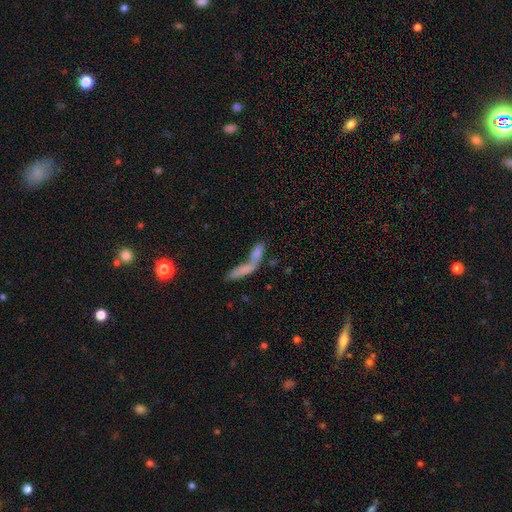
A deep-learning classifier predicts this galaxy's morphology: Q: Smooth or featured?
A: smooth (69%); runner-up: featured or disk (20%)
Q: How rounded?
A: cigar-shaped (53%); runner-up: in between (43%)
Q: Merging?
A: merger (68%); runner-up: none (20%)